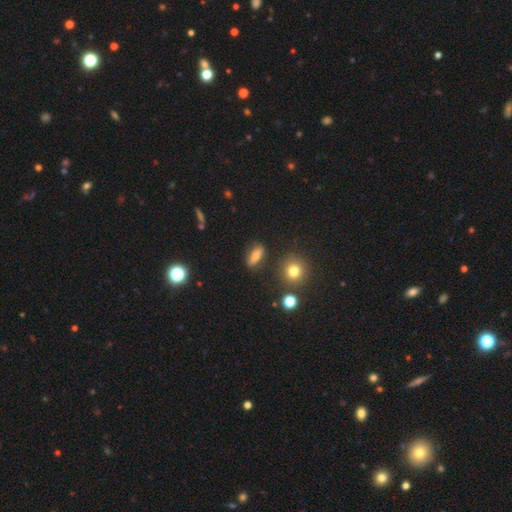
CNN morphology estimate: Smooth or featured: smooth — 69% (featured or disk — 18%)
How rounded: in between — 60% (cigar-shaped — 29%)
Merging: none — 82% (minor disturbance — 11%)